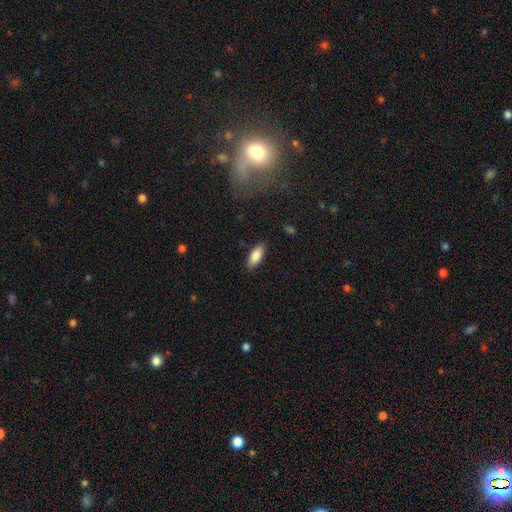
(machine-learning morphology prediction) type=smooth (84%); roundness=in between (78%); merging=none (86%).